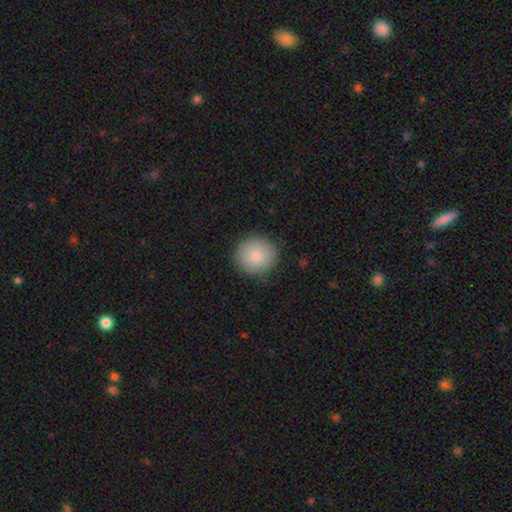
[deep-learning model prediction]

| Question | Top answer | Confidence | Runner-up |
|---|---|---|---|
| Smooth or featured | smooth | 84% | featured or disk (9%) |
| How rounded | round | 91% | in between (8%) |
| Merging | none | 86% | minor disturbance (10%) |